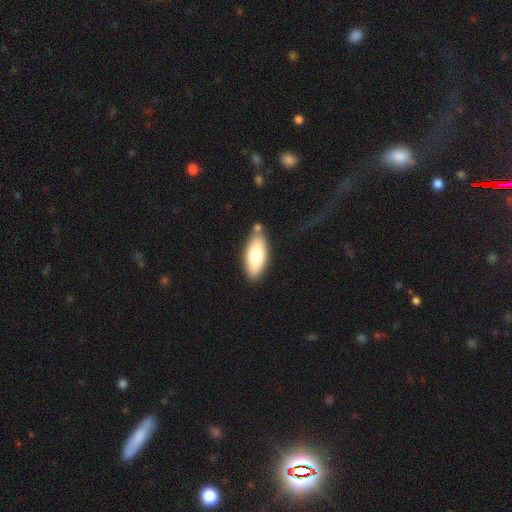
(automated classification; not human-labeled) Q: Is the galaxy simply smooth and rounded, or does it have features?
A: smooth — 74%.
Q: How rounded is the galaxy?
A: in between — 83%.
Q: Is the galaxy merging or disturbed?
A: none — 70%.